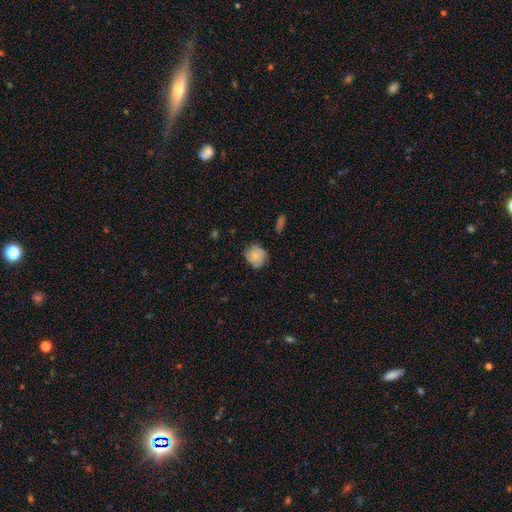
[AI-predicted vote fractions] smooth 73%, featured or disk 19%, star or artifact 8%. Down the decision tree: how rounded — round (74%); merging — none (70%).